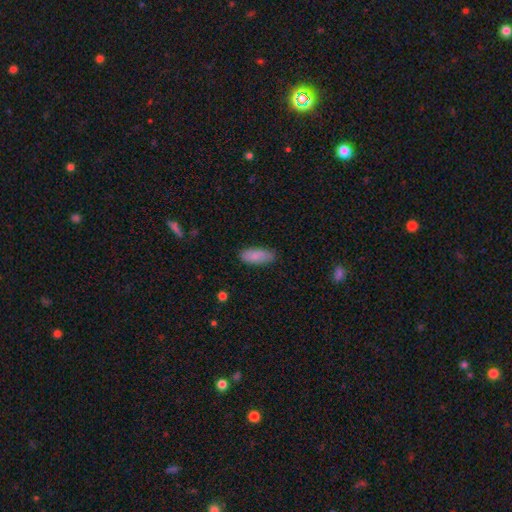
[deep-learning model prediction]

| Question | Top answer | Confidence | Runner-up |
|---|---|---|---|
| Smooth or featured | smooth | 86% | featured or disk (8%) |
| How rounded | in between | 81% | cigar-shaped (17%) |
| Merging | none | 82% | minor disturbance (15%) |